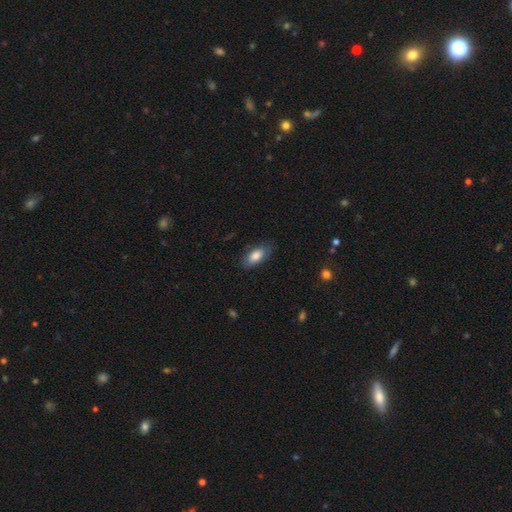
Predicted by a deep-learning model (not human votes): This appears to be a smooth galaxy with no disk features (82%) that is in between round and cigar-shaped (89%). Merging: none (79%).